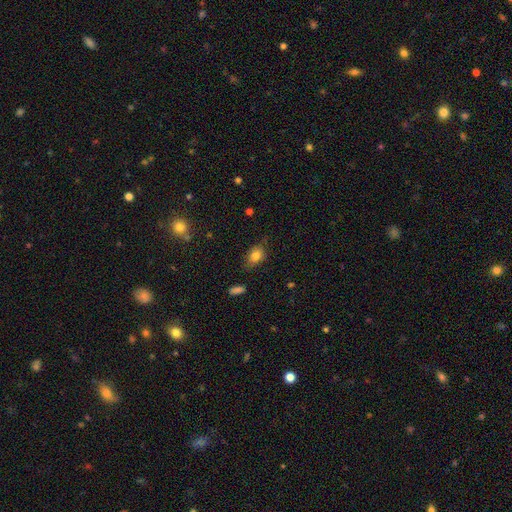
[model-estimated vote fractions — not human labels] Smooth or featured: smooth — 81% (star or artifact — 10%)
How rounded: in between — 72% (round — 26%)
Merging: none — 72% (minor disturbance — 21%)